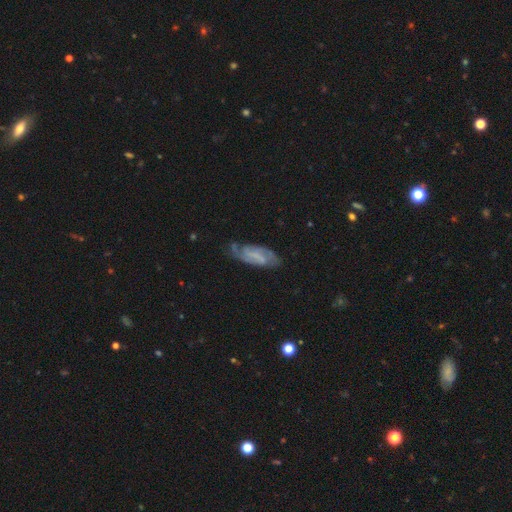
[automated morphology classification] Smooth or featured: featured or disk — 70% (smooth — 22%)
Edge-on disk: no — 91% (yes — 9%)
Bar: weak — 42% (no — 37%)
Spiral arms: yes — 89% (no — 11%)
Spiral winding: medium — 43% (tight — 37%)
Spiral arm count: 2 — 61% (can't tell — 22%)
Bulge size: none — 52% (small — 32%)
Merging: none — 64% (minor disturbance — 24%)